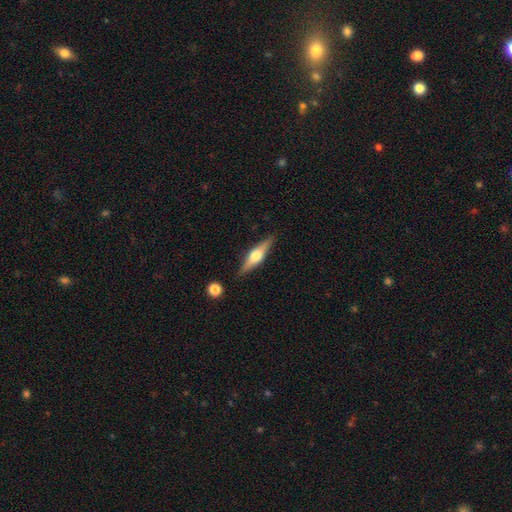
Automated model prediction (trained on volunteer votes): featured or disk 67%, smooth 28%, star or artifact 6%. Down the decision tree: edge-on disk — yes (96%); edge-on bulge — rounded (93%); merging — none (88%).